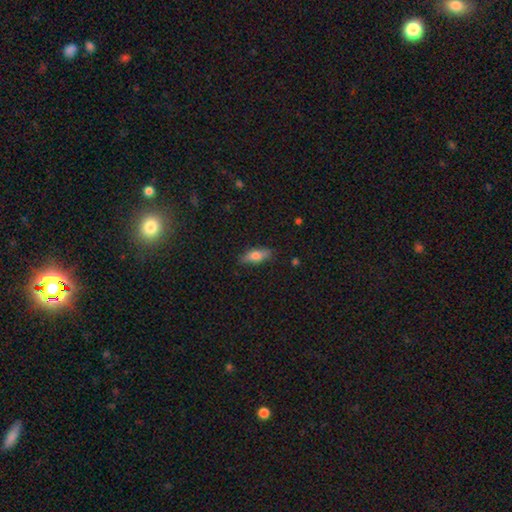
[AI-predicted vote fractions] Overall: smooth (64%; featured or disk 30%). How rounded: in between (62%; cigar-shaped 35%). Merging: none (85%).